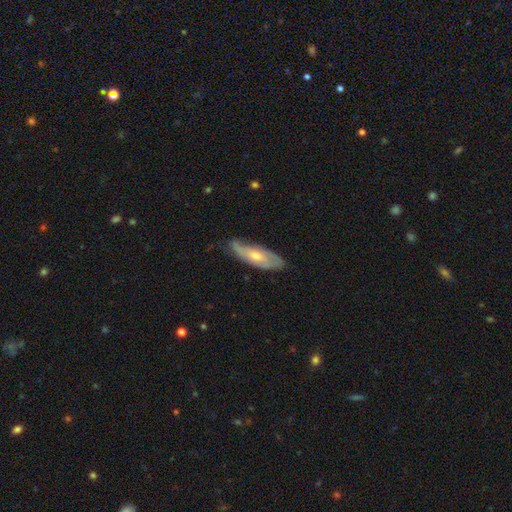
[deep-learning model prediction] smooth-or-featured: featured or disk: 59% | smooth: 35% | star or artifact: 6%
  disk-edge-on: no: 72% | yes: 28%
  merging: none: 68% | minor disturbance: 25% | major disturbance: 5% | merger: 2%